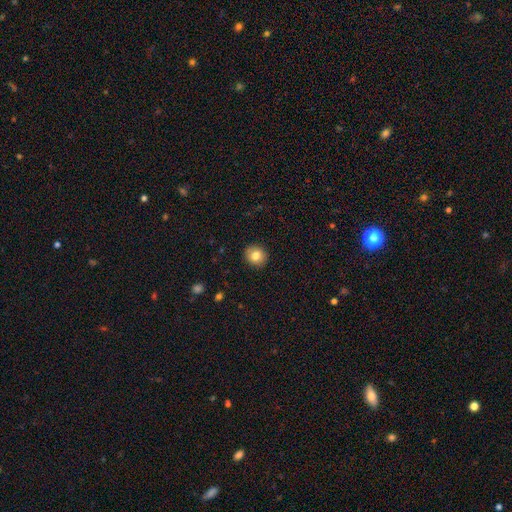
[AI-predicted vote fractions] smooth-or-featured: smooth: 80% | featured or disk: 10% | star or artifact: 9%
  how-rounded: round: 87% | in between: 12% | cigar-shaped: 1%
  merging: none: 92% | minor disturbance: 6% | major disturbance: 2% | merger: 1%